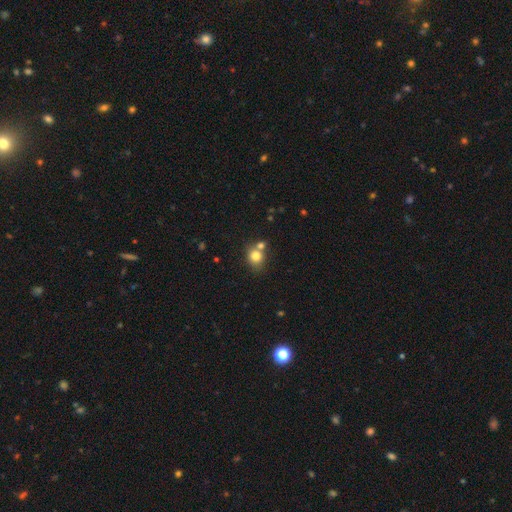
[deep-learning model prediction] A smooth galaxy with no disk features (79%) that is round (72%).

Vote fractions:
- Smooth or featured? smooth: 79% / star or artifact: 11% / featured or disk: 9%
- How rounded? round: 72% / in between: 27% / cigar-shaped: 1%
- Merging? none: 55% / merger: 30% / minor disturbance: 11% / major disturbance: 4%